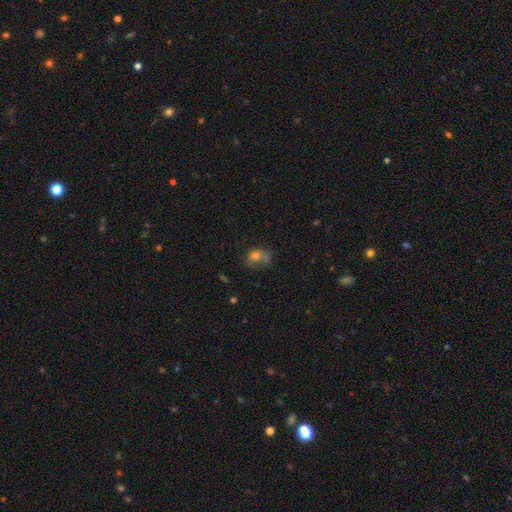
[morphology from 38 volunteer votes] Smooth or featured? smooth (61%)
How rounded? round (52%)
Merging? minor disturbance (35%)